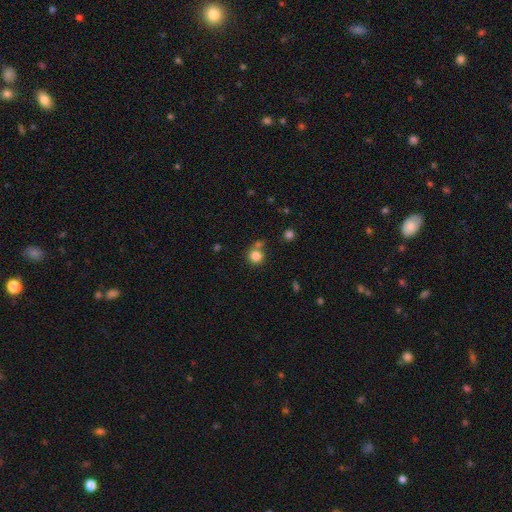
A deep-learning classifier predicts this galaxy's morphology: A smooth galaxy with no disk features (82%) that is round (91%). Merging: none (65%).